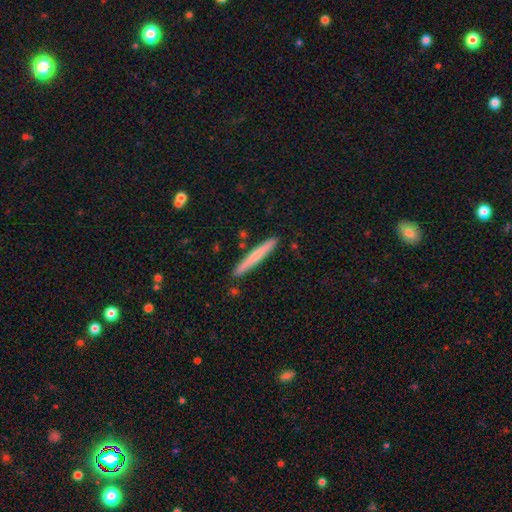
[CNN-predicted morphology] The model was most divided on "smooth or featured": smooth: 67%, featured or disk: 27%, star or artifact: 5%. More confident: how rounded — cigar-shaped (97%); merging — none (89%).